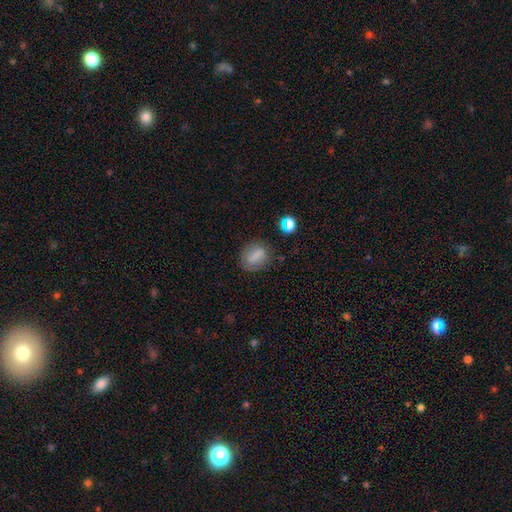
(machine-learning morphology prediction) smooth 72%, featured or disk 17%, star or artifact 12%. Down the decision tree: how rounded — in between (59%); merging — none (74%).